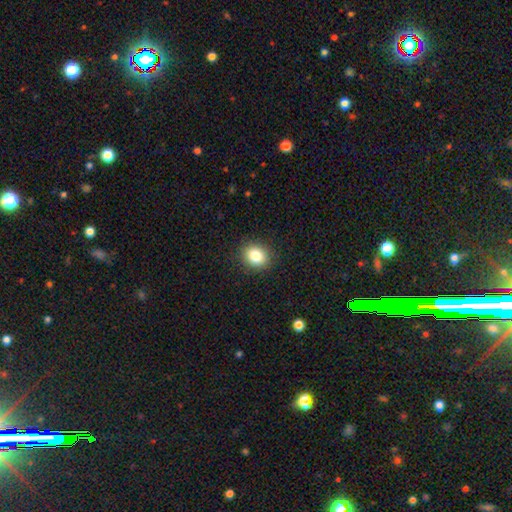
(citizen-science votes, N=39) Overall: smooth (82%). How rounded: round (81%). Merging: none (94%).